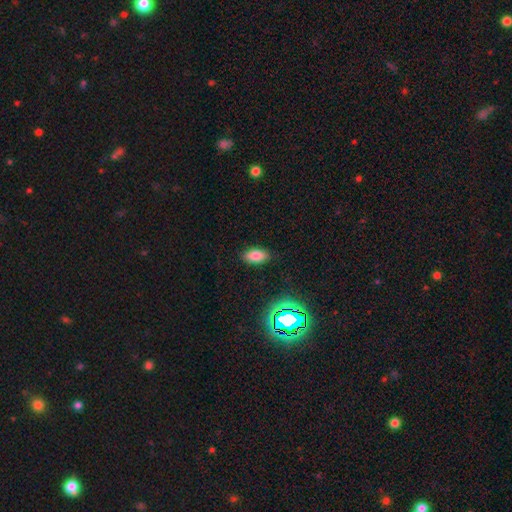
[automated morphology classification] smooth-or-featured: smooth: 80% | star or artifact: 13% | featured or disk: 7%
  how-rounded: in between: 91% | cigar-shaped: 5% | round: 4%
  merging: none: 88% | minor disturbance: 9% | major disturbance: 2% | merger: 1%